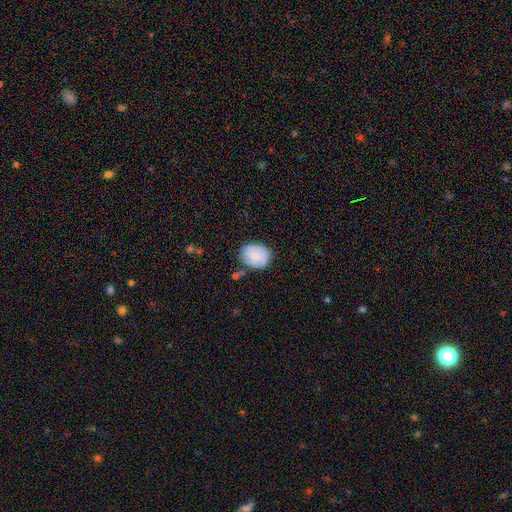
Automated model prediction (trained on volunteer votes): The model was most divided on "how rounded": round: 51%, in between: 48%, cigar-shaped: 1%. More confident: smooth or featured — smooth (67%); merging — none (67%).